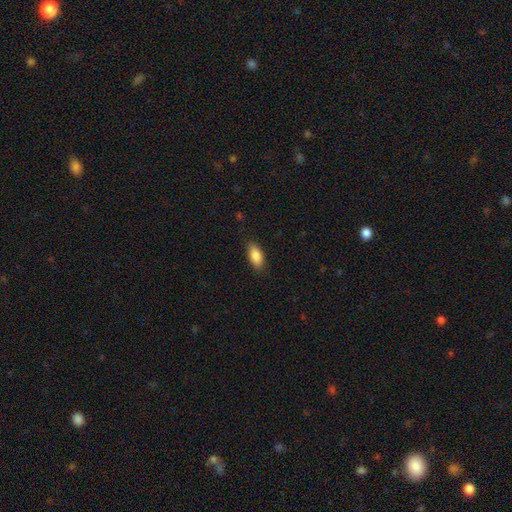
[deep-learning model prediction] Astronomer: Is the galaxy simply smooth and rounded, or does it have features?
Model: smooth — 86%.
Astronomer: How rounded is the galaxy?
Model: in between — 87%.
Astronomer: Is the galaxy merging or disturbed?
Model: none — 86%.